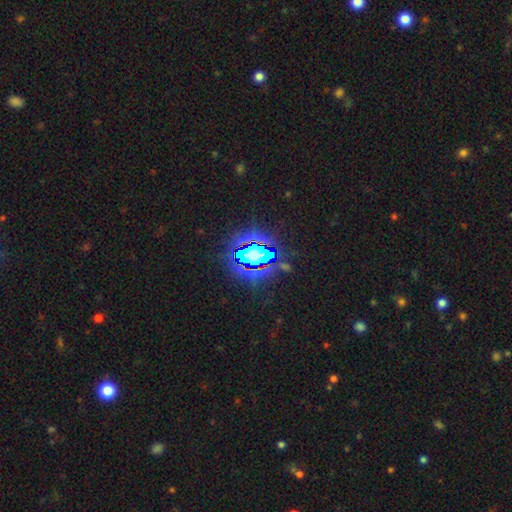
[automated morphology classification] Overall: star or artifact (83%).